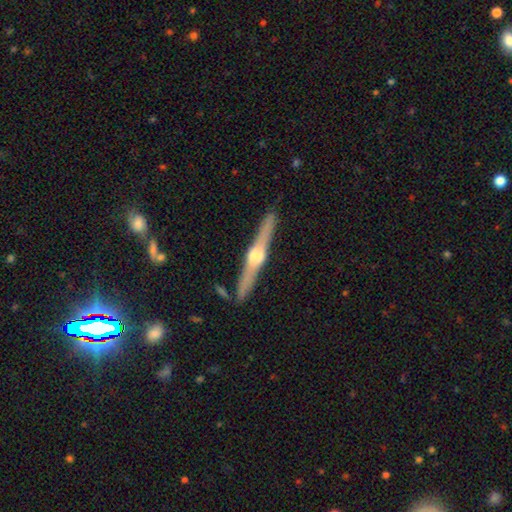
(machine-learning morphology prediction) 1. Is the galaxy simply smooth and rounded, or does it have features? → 81% featured or disk, 15% smooth, 5% star or artifact.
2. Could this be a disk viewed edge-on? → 98% yes, 2% no.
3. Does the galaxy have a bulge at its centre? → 93% rounded, 5% boxy, 2% none.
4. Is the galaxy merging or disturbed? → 89% none, 7% minor disturbance, 2% merger, 2% major disturbance.